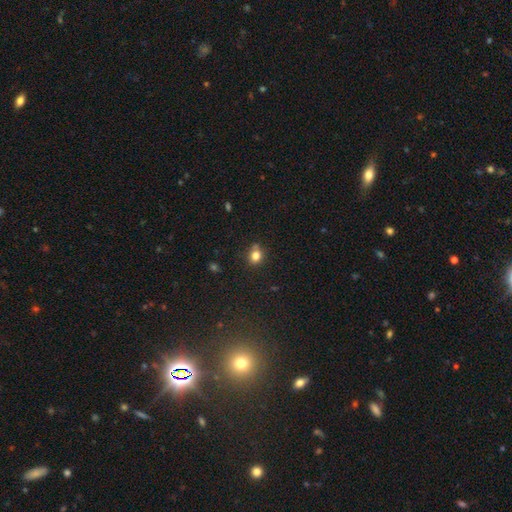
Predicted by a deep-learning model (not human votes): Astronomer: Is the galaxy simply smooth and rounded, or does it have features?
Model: smooth — 80%.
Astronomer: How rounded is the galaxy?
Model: round — 66%.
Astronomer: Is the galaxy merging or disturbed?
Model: none — 68%.